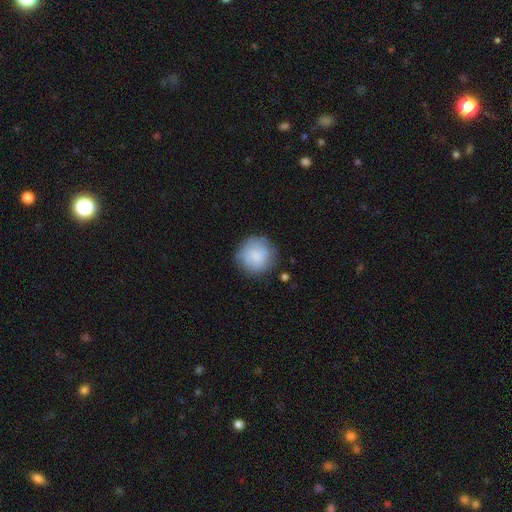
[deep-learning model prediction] A smooth galaxy with no disk features (77%) that is round (93%).

Vote fractions:
- Smooth or featured? smooth: 77% / featured or disk: 16% / star or artifact: 7%
- How rounded? round: 93% / in between: 6% / cigar-shaped: 1%
- Merging? none: 74% / minor disturbance: 17% / major disturbance: 6% / merger: 2%